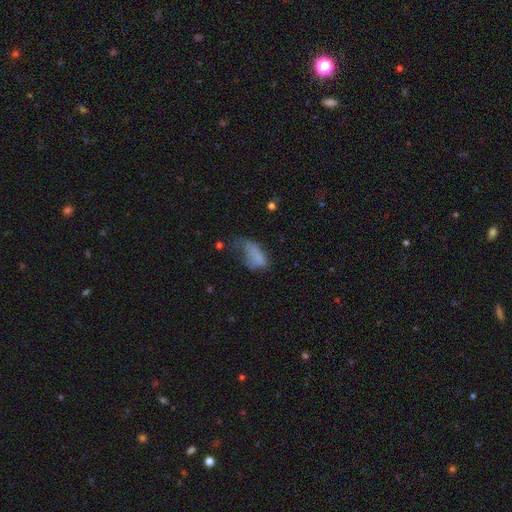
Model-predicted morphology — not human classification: A smooth galaxy with no disk features (65%) that is in between round and cigar-shaped (86%). Merging: major disturbance (51%).